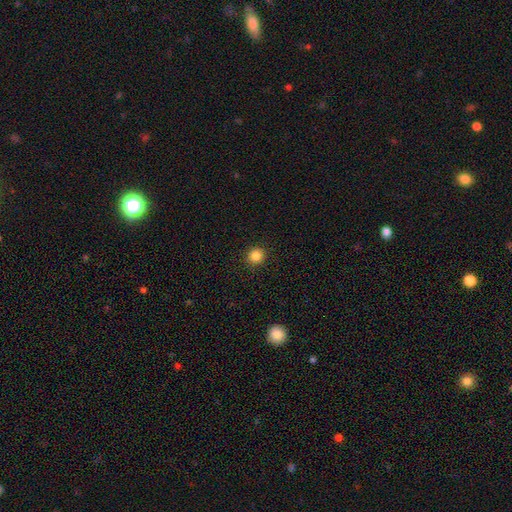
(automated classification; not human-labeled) Q: Smooth or featured?
A: smooth (84%); runner-up: star or artifact (12%)
Q: How rounded?
A: round (92%); runner-up: in between (7%)
Q: Merging?
A: none (92%); runner-up: minor disturbance (5%)